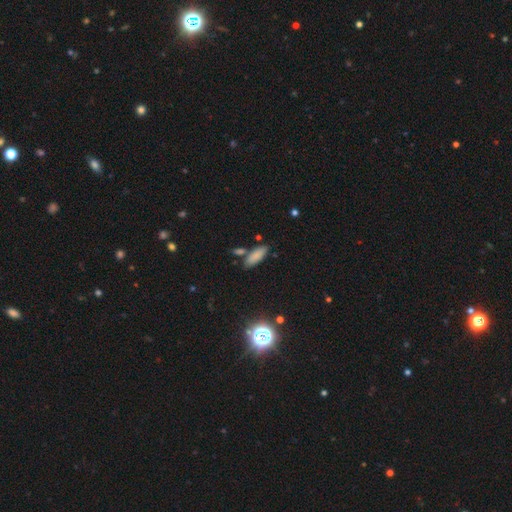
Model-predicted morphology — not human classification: Q: Smooth or featured?
A: smooth (82%); runner-up: star or artifact (10%)
Q: How rounded?
A: in between (63%); runner-up: cigar-shaped (34%)
Q: Merging?
A: none (73%); runner-up: minor disturbance (12%)